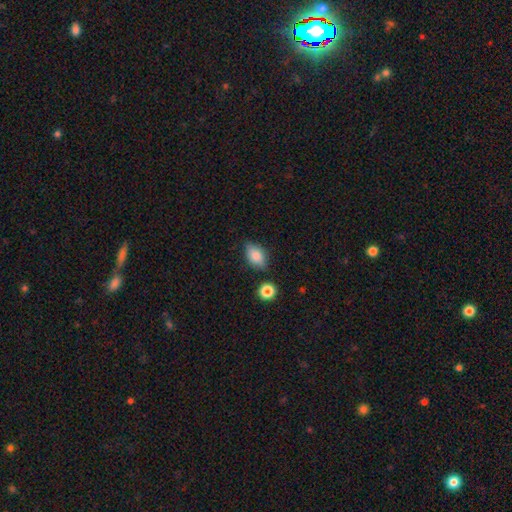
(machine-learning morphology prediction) Smooth or featured: smooth — 80% (featured or disk — 12%)
How rounded: in between — 86% (round — 11%)
Merging: none — 75% (minor disturbance — 17%)